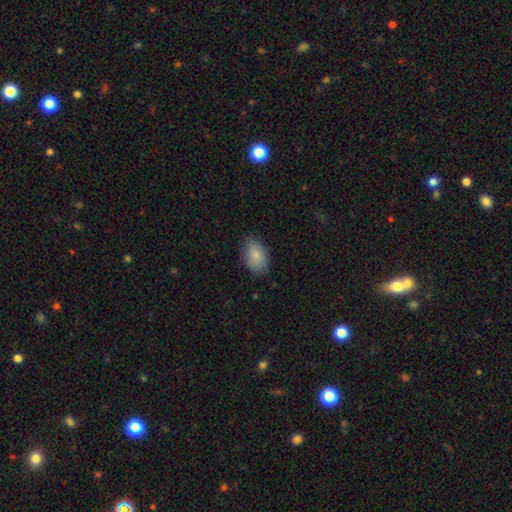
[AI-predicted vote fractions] Smooth or featured: smooth — 86% (star or artifact — 7%)
How rounded: in between — 90% (round — 9%)
Merging: none — 81% (minor disturbance — 14%)